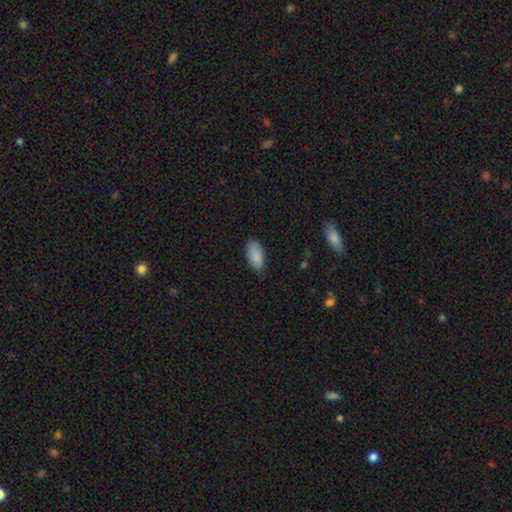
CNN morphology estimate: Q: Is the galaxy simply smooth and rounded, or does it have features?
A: smooth — 88%.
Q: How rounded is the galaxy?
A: in between — 94%.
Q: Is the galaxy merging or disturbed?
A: none — 80%.